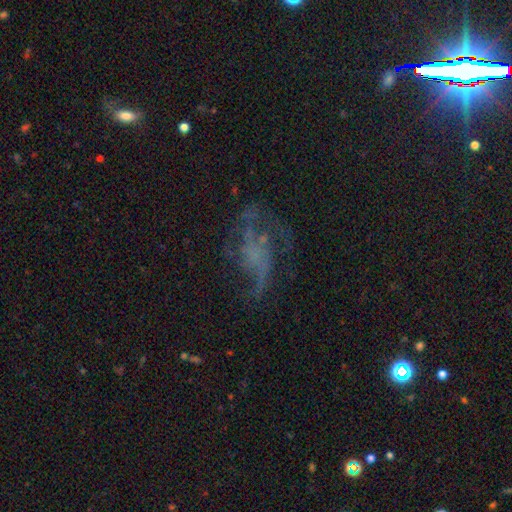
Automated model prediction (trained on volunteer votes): Smooth or featured?
  - featured or disk: 68% *
  - star or artifact: 18%
  - smooth: 15%
Edge-on disk?
  - no: 97% *
  - yes: 3%
Bar?
  - no: 75% *
  - weak: 19%
  - strong: 5%
Spiral arms?
  - yes: 71% *
  - no: 29%
Bulge size?
  - none: 72% *
  - small: 16%
  - moderate: 7%
  - large: 3%
  - dominant: 2%
Merging?
  - none: 44% *
  - major disturbance: 36%
  - minor disturbance: 17%
  - merger: 3%